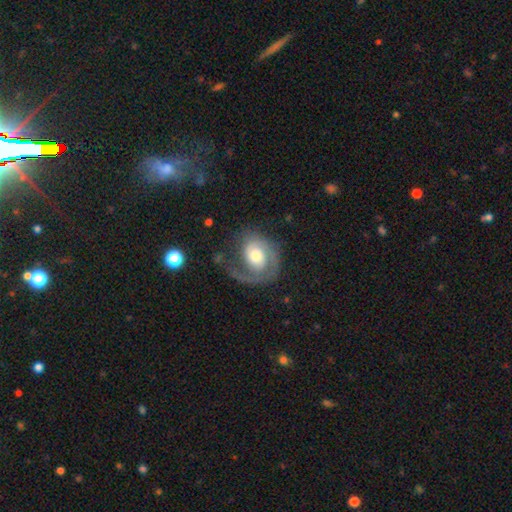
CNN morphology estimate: Smooth or featured: featured or disk — 79% (smooth — 15%)
Edge-on disk: no — 97% (yes — 3%)
Bar: no — 65% (weak — 29%)
Spiral arms: yes — 94% (no — 6%)
Spiral winding: tight — 41% (medium — 40%)
Spiral arm count: 1 — 52% (2 — 36%)
Bulge size: moderate — 61% (large — 20%)
Merging: none — 50% (major disturbance — 26%)